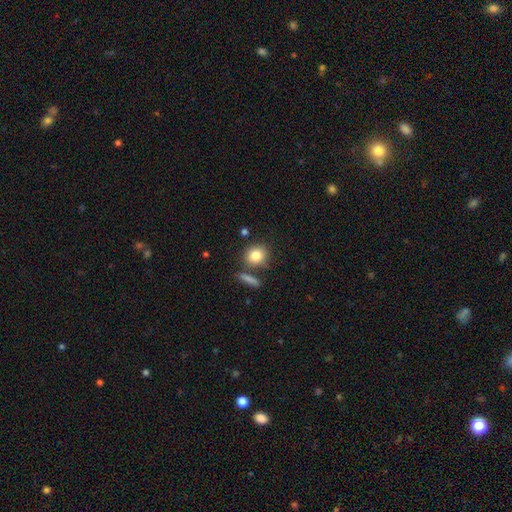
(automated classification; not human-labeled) smooth_or_featured: smooth (p=0.82) [alt: featured or disk p=0.09]
how_rounded: round (p=0.75) [alt: in between p=0.23]
merging: none (p=0.73) [alt: merger p=0.12]